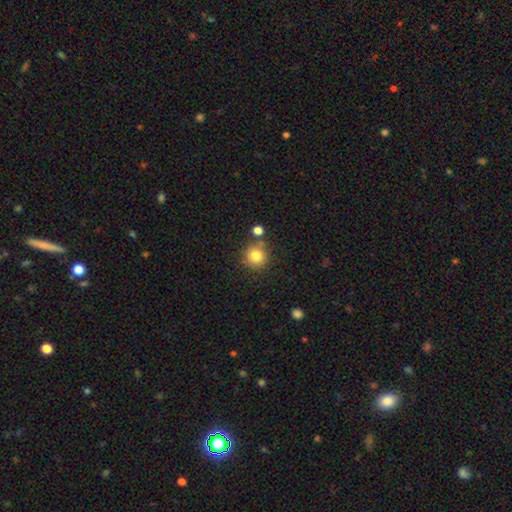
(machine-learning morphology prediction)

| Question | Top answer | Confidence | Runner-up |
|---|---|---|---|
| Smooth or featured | smooth | 81% | star or artifact (11%) |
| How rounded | round | 92% | in between (7%) |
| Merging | none | 74% | merger (12%) |